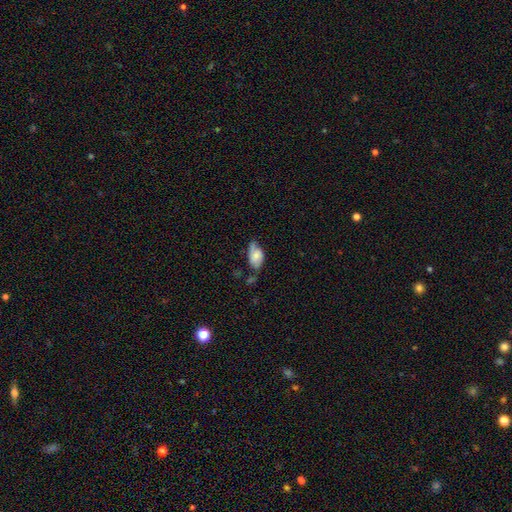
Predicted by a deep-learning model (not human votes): smooth 65%, featured or disk 27%, star or artifact 8%. Down the decision tree: how rounded — in between (92%); merging — none (41%).